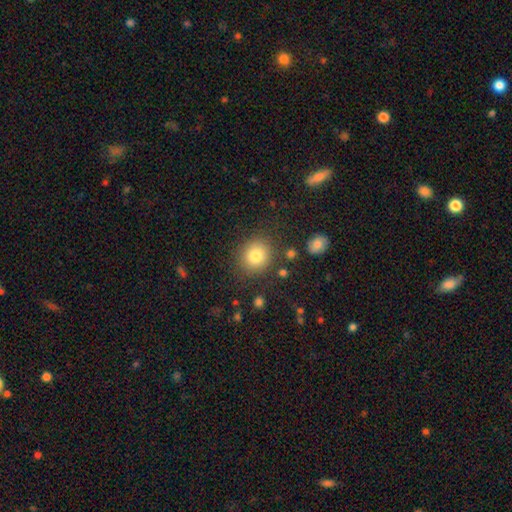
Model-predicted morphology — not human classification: Q: Smooth or featured?
A: smooth (81%); runner-up: star or artifact (11%)
Q: How rounded?
A: round (80%); runner-up: in between (19%)
Q: Merging?
A: none (84%); runner-up: minor disturbance (9%)